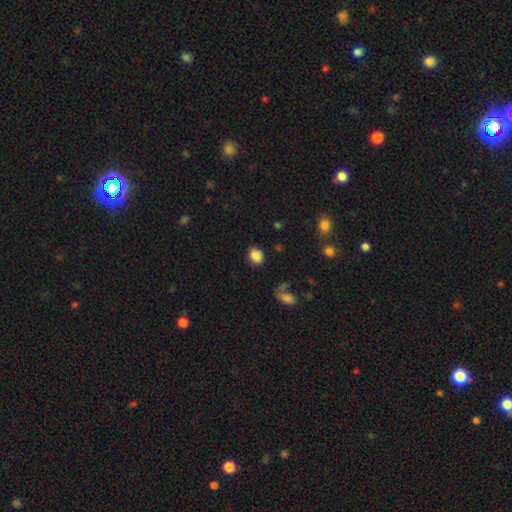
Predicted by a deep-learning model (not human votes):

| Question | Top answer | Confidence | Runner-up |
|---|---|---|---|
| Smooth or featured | smooth | 86% | star or artifact (9%) |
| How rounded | in between | 60% | round (39%) |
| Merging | none | 83% | minor disturbance (11%) |